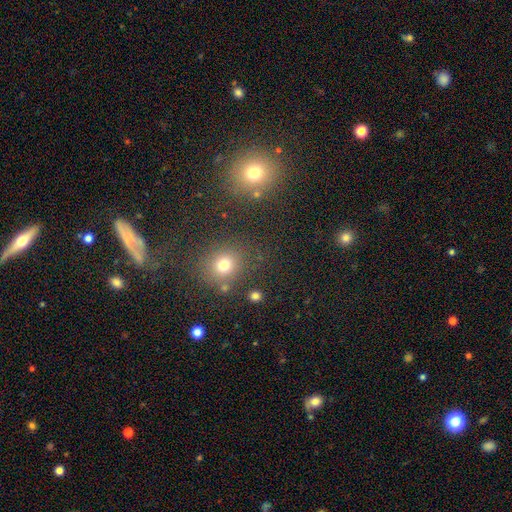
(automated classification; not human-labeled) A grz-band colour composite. It shows a smooth galaxy with no disk features (50%) that is round (83%). Merging: none (80%).